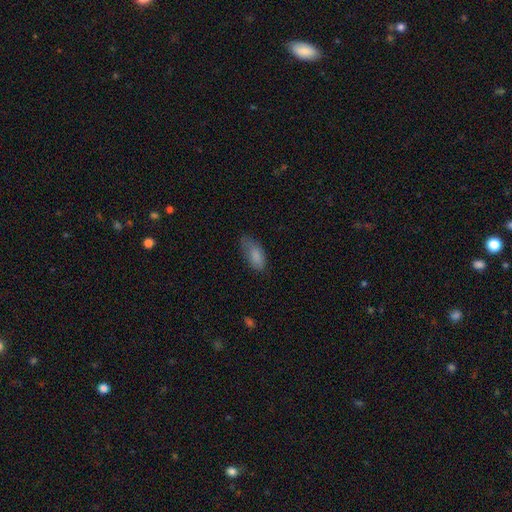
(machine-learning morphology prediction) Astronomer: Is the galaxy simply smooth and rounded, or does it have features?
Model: smooth — 82%.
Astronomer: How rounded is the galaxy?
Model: in between — 88%.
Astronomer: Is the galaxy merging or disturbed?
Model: none — 47% (runner-up: minor disturbance, 36%).